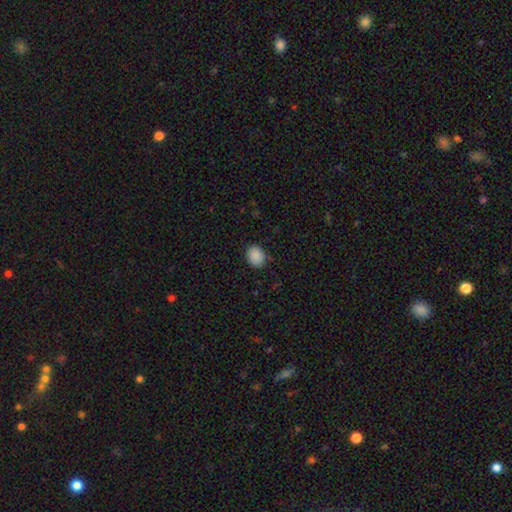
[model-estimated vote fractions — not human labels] Q: Smooth or featured?
A: smooth (89%); runner-up: star or artifact (8%)
Q: How rounded?
A: in between (50%); runner-up: round (49%)
Q: Merging?
A: none (85%); runner-up: minor disturbance (11%)